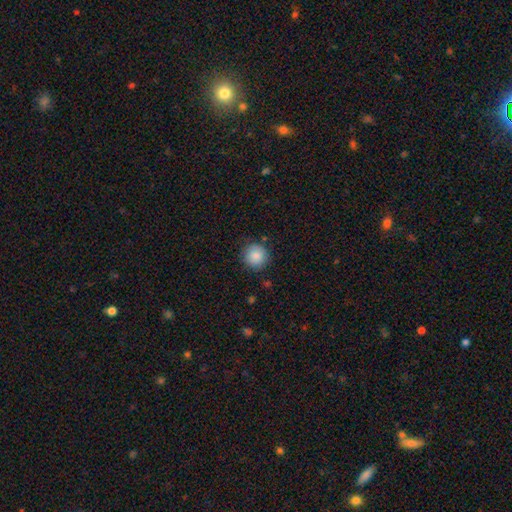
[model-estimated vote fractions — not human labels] The model was most divided on "merging": none: 85%, minor disturbance: 10%, major disturbance: 3%, merger: 2%. More confident: how rounded — round (92%); smooth or featured — smooth (88%).